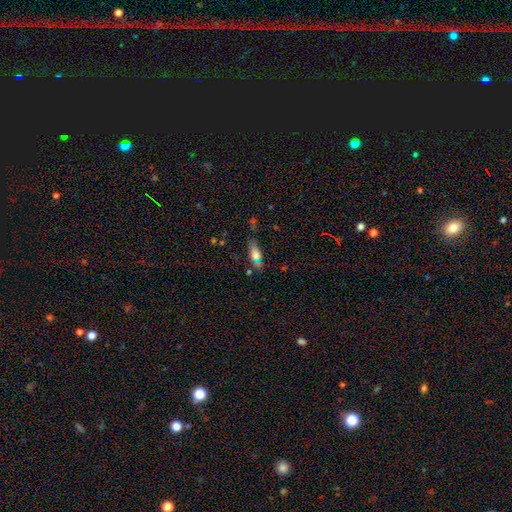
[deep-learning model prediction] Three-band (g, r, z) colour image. It shows a smooth galaxy with no disk features (68%) that is in between round and cigar-shaped (68%). Merging: none (50%).